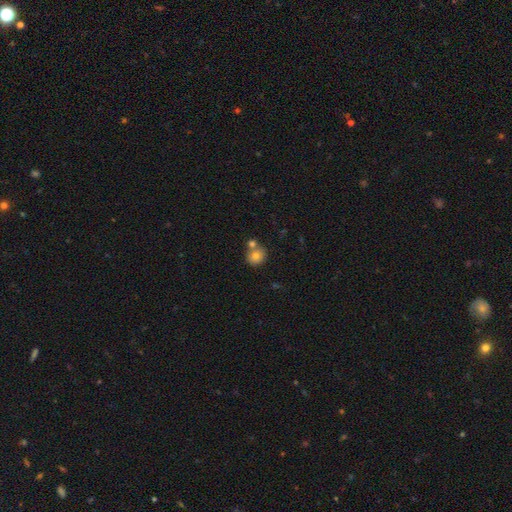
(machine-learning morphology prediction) type=smooth (79%); roundness=round (85%); merging=none (56%).